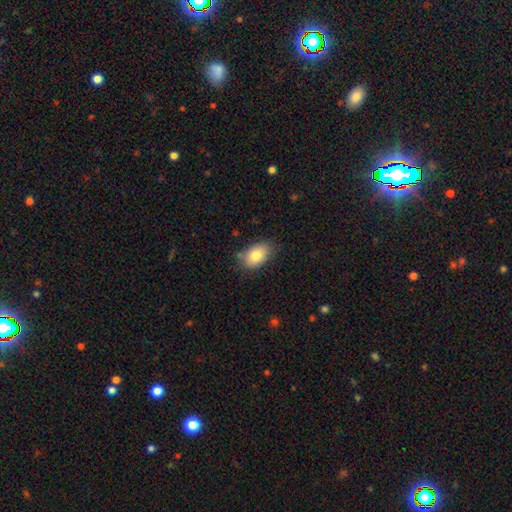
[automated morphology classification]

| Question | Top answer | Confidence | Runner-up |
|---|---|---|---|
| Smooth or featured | smooth | 79% | featured or disk (13%) |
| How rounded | in between | 87% | round (11%) |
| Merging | none | 75% | minor disturbance (19%) |